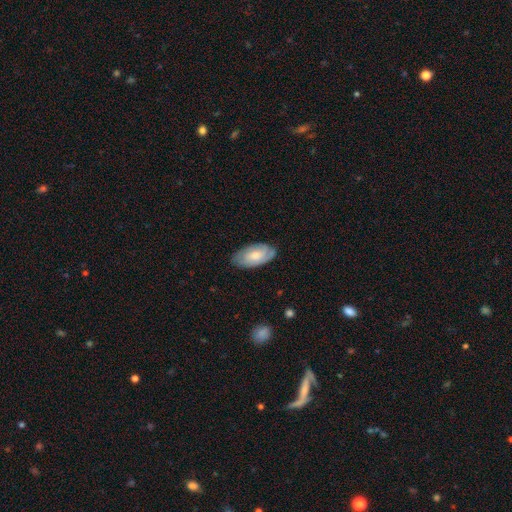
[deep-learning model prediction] Smooth or featured?
  - smooth: 49% *
  - featured or disk: 45%
  - star or artifact: 6%
Merging?
  - none: 77% *
  - minor disturbance: 18%
  - major disturbance: 4%
  - merger: 1%